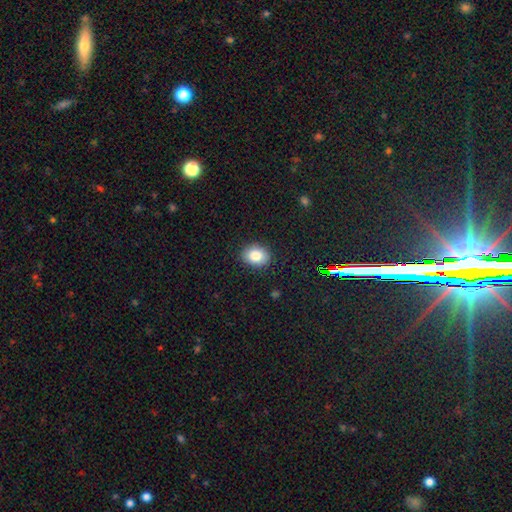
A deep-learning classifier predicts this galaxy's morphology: smooth-or-featured: smooth: 85% | star or artifact: 9% | featured or disk: 6%
  how-rounded: in between: 58% | round: 41% | cigar-shaped: 1%
  merging: none: 87% | minor disturbance: 10% | major disturbance: 2% | merger: 1%